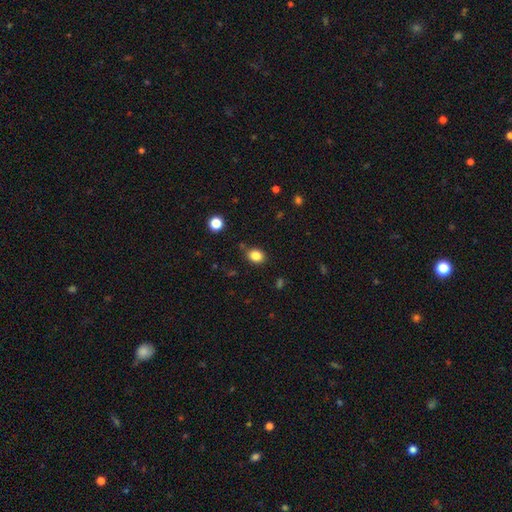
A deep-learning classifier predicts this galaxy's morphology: This is clearly a smooth galaxy (84%). How rounded: possibly round (52%). Merging: clearly none (81%).